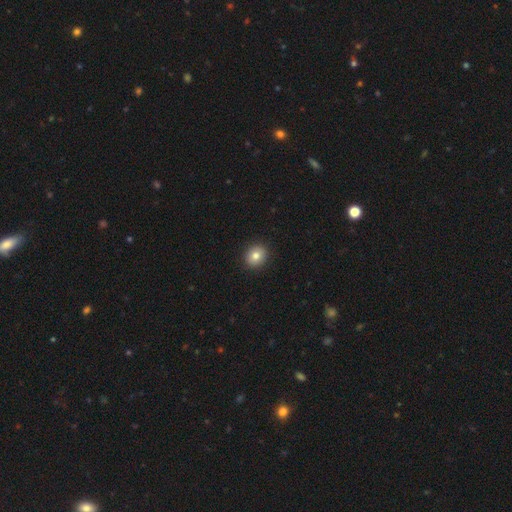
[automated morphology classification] smooth 80%, star or artifact 10%, featured or disk 10%. Down the decision tree: how rounded — round (79%); merging — none (92%).